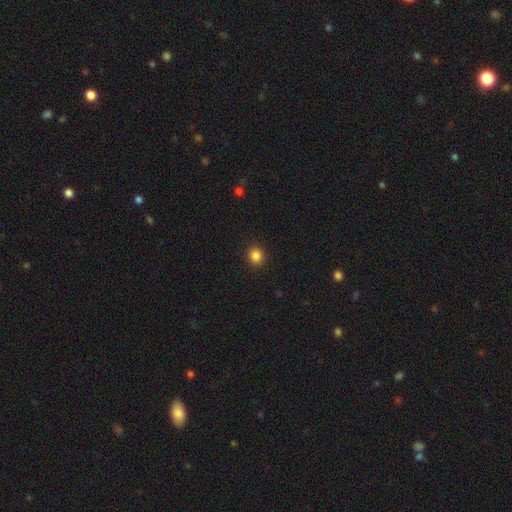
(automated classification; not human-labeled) Smooth or featured?
  - smooth: 85% *
  - star or artifact: 11%
  - featured or disk: 4%
How rounded?
  - round: 81% *
  - in between: 18%
  - cigar-shaped: 1%
Merging?
  - none: 92% *
  - minor disturbance: 6%
  - major disturbance: 2%
  - merger: 1%